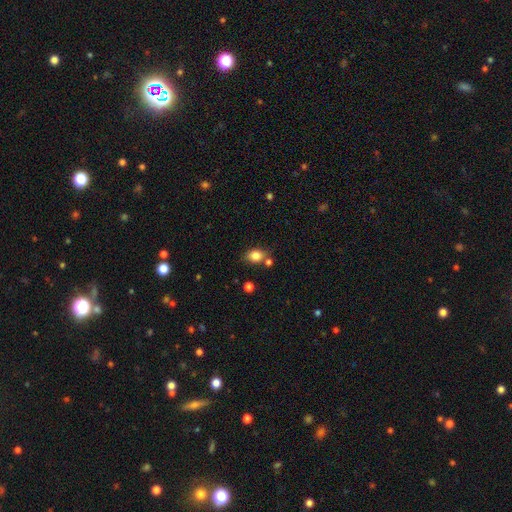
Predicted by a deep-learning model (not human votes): Smooth or featured: smooth — 84% (star or artifact — 10%)
How rounded: in between — 63% (round — 36%)
Merging: none — 66% (minor disturbance — 15%)